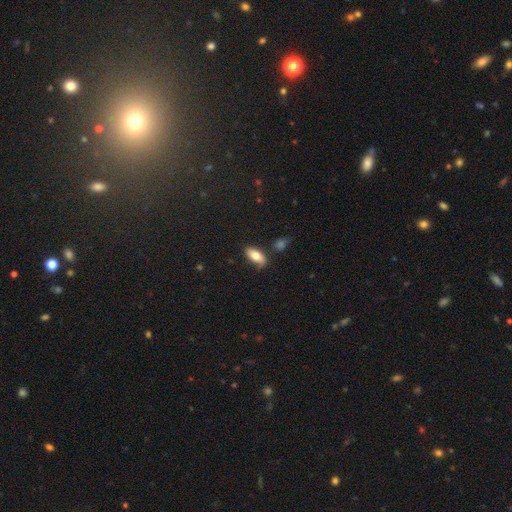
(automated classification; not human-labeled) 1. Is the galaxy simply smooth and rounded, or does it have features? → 77% smooth, 16% featured or disk, 7% star or artifact.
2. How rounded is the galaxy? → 90% in between, 7% cigar-shaped, 3% round.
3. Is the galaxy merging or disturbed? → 72% none, 19% minor disturbance, 4% major disturbance, 4% merger.